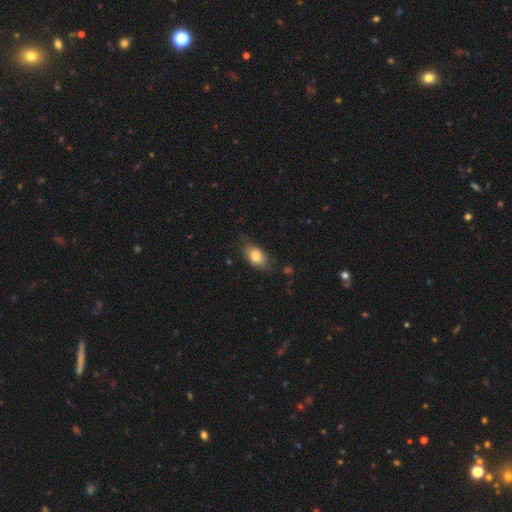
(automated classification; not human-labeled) This is likely a smooth galaxy (80%). How rounded: clearly in between (87%). Merging: likely none (72%).